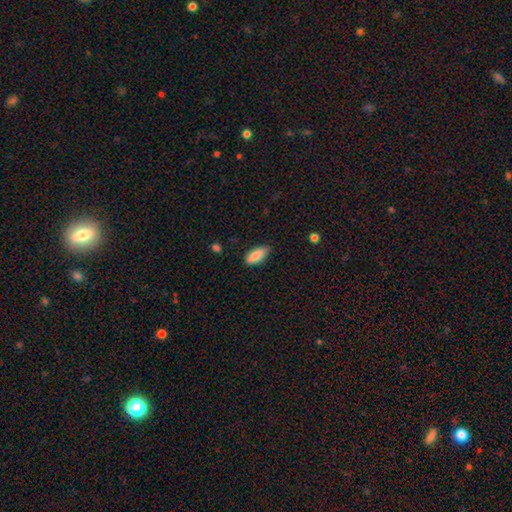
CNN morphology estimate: smooth 86%, featured or disk 7%, star or artifact 7%. Down the decision tree: how rounded — in between (85%); merging — none (74%).